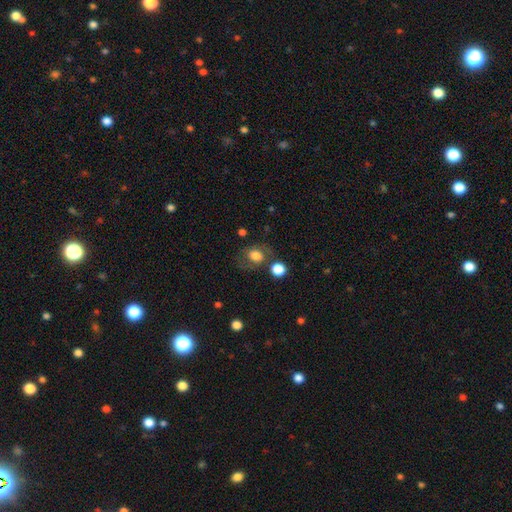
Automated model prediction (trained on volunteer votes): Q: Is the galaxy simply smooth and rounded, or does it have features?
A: smooth — 69%.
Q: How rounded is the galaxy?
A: round — 50%.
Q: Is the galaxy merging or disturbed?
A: none — 58%.